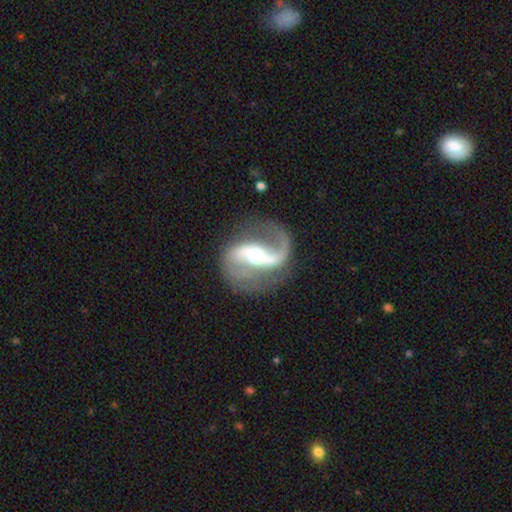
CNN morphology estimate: Q: Smooth or featured?
A: featured or disk (91%); runner-up: star or artifact (5%)
Q: Edge-on disk?
A: no (97%); runner-up: yes (3%)
Q: Bar?
A: strong (45%); runner-up: weak (33%)
Q: Spiral arms?
A: yes (96%); runner-up: no (4%)
Q: Spiral winding?
A: loose (51%); runner-up: medium (41%)
Q: Spiral arm count?
A: 2 (89%); runner-up: 1 (6%)
Q: Bulge size?
A: moderate (68%); runner-up: small (20%)
Q: Merging?
A: none (74%); runner-up: minor disturbance (14%)